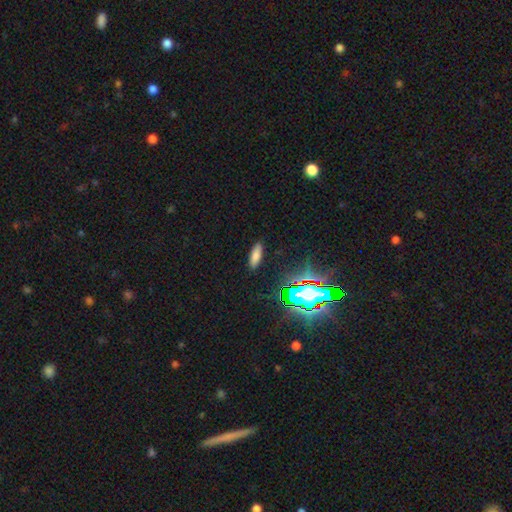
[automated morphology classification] This is likely a smooth galaxy (73%). How rounded: possibly in between (57%). Merging: clearly none (88%).